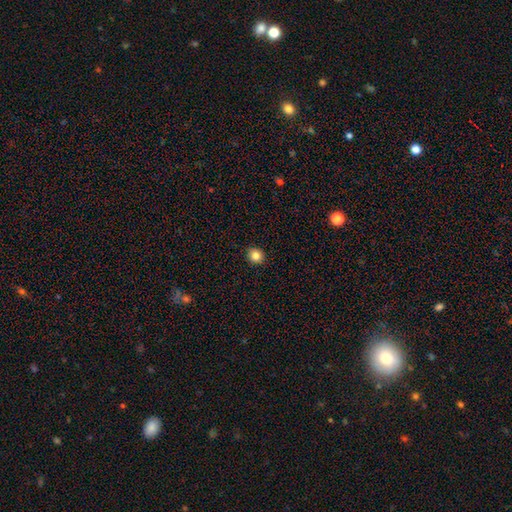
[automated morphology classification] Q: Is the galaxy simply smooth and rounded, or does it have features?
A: smooth — 83%.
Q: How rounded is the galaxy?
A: round — 85%.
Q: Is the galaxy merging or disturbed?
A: none — 91%.